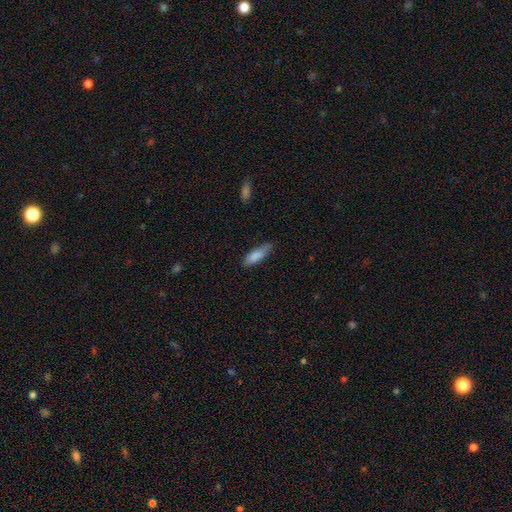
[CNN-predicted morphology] smooth_or_featured: smooth (p=0.85) [alt: featured or disk p=0.08]
how_rounded: in between (p=0.52) [alt: cigar-shaped p=0.46]
merging: none (p=0.69) [alt: minor disturbance p=0.25]